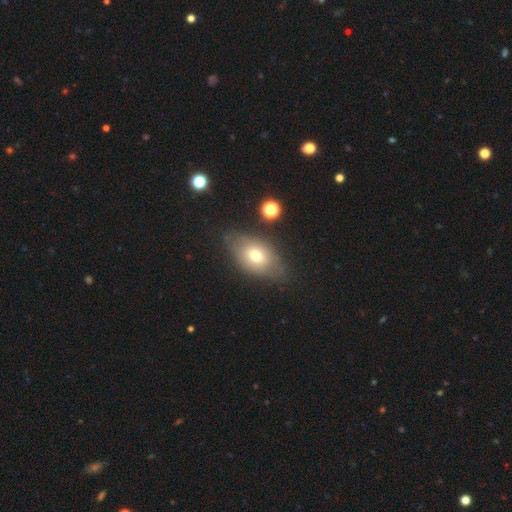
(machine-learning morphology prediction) This is likely a smooth galaxy (68%). How rounded: clearly in between (85%). Merging: likely none (69%).